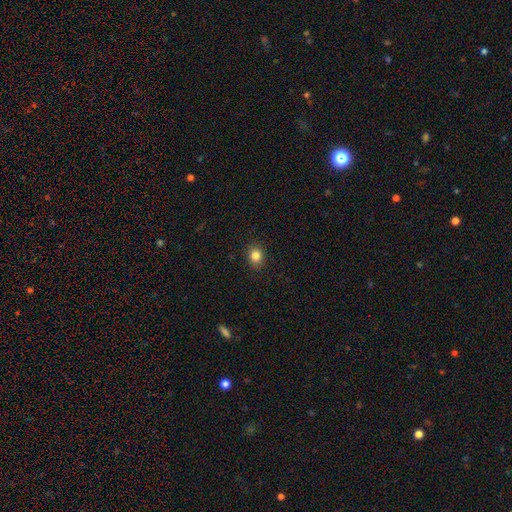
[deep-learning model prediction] A smooth galaxy with no disk features (83%) that is round (61%). Merging: none (89%).